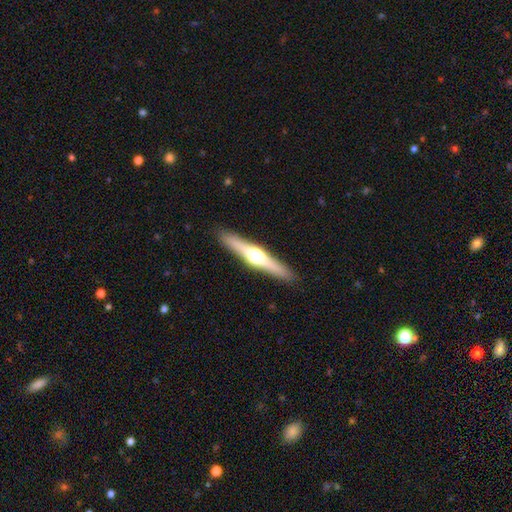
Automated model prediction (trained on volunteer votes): This is likely a featured or disk galaxy (68%). It is clearly viewed edge-on (97%). Edge-on bulge: clearly rounded (94%). Merging: clearly none (91%).